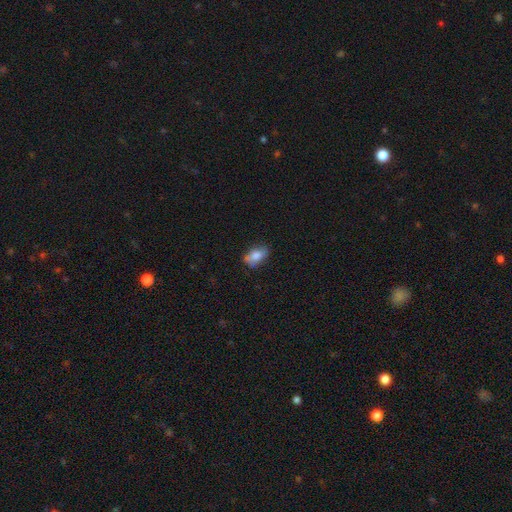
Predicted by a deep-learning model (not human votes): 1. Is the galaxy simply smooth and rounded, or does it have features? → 74% smooth, 18% featured or disk, 8% star or artifact.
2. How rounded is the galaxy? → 88% in between, 9% round, 4% cigar-shaped.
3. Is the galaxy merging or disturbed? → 65% none, 26% minor disturbance, 6% major disturbance, 3% merger.